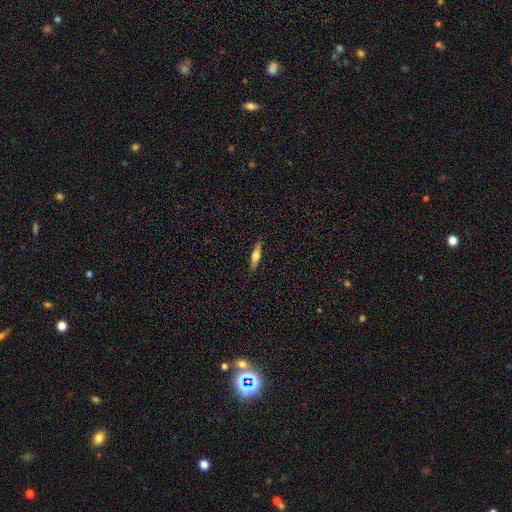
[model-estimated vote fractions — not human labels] A smooth galaxy with no disk features (51%) that is cigar-shaped (77%). Merging: none (90%).